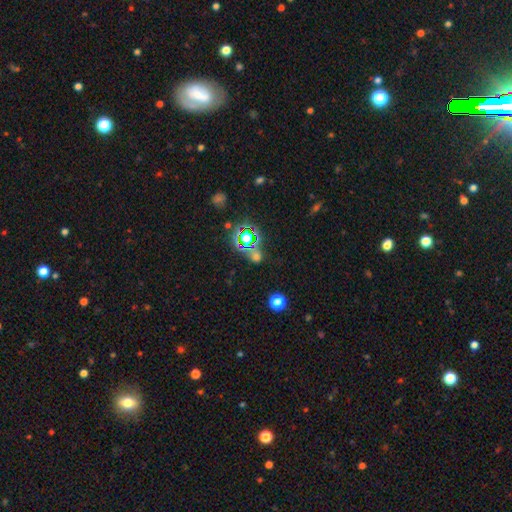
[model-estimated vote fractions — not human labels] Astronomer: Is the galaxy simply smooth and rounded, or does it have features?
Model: star or artifact — 53% (runner-up: smooth, 38%).